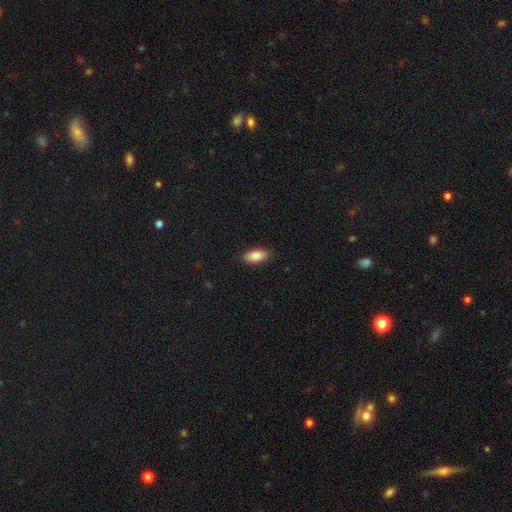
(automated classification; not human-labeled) Smooth or featured? Predicted: smooth (p=0.88). How rounded? Predicted: in between (p=0.92). Merging? Predicted: none (p=0.88).